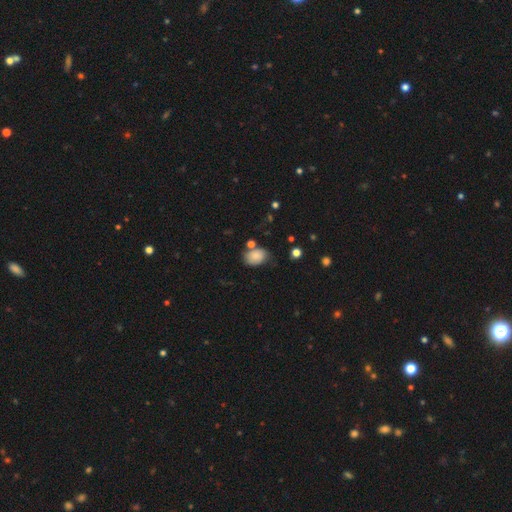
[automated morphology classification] Overall: smooth (80%). How rounded: in between (75%). Merging: none (56%; minor disturbance 26%).